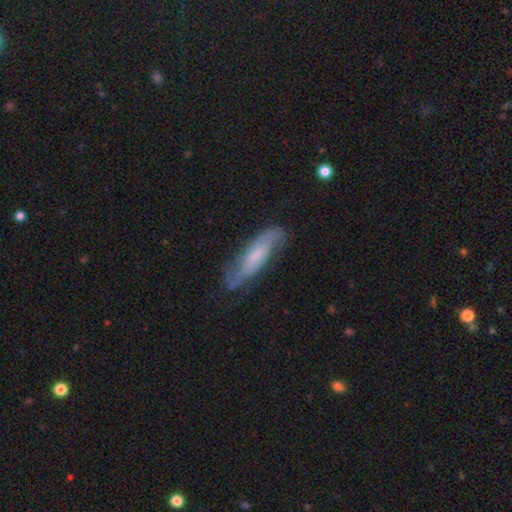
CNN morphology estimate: Smooth or featured? Predicted: featured or disk (p=0.62). Edge-on disk? Predicted: no (p=0.72). Merging? Predicted: none (p=0.71).